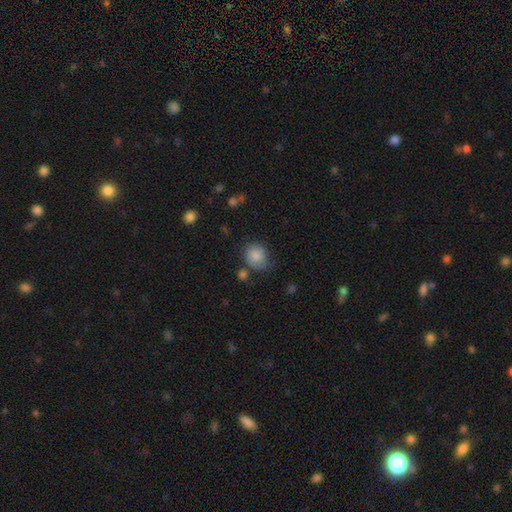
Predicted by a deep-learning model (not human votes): smooth 82%, featured or disk 10%, star or artifact 8%. Down the decision tree: how rounded — round (68%); merging — none (61%).